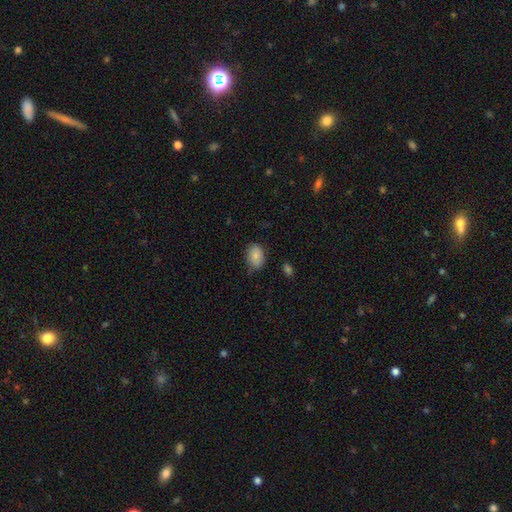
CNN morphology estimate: smooth 85%, star or artifact 8%, featured or disk 7%. Down the decision tree: how rounded — in between (80%); merging — none (72%).